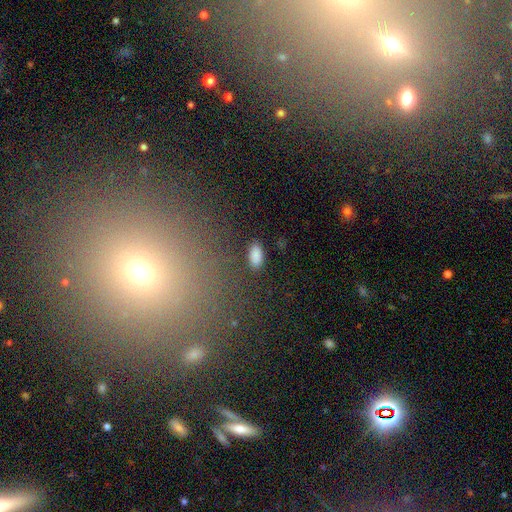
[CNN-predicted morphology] Smooth or featured?
  - smooth: 86% *
  - star or artifact: 9%
  - featured or disk: 5%
How rounded?
  - in between: 93% *
  - cigar-shaped: 5%
  - round: 3%
Merging?
  - none: 85% *
  - minor disturbance: 10%
  - major disturbance: 3%
  - merger: 2%